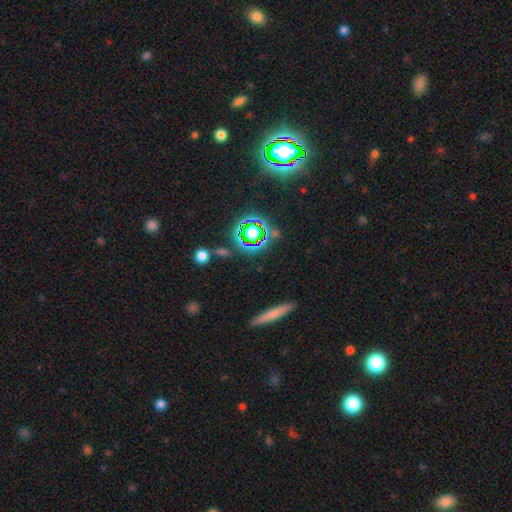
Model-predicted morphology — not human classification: Q: Smooth or featured?
A: star or artifact (50%); runner-up: smooth (30%)